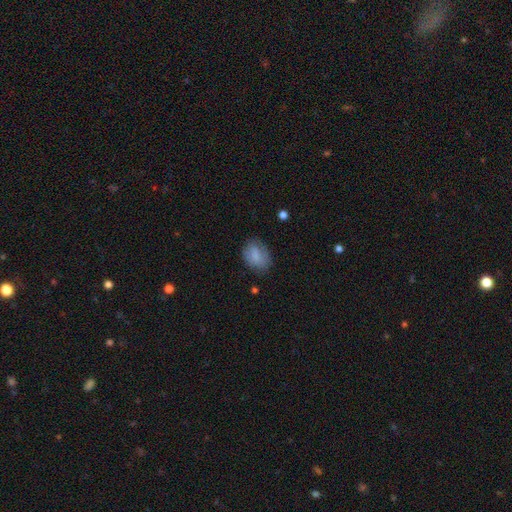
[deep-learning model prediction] smooth_or_featured: smooth (p=0.78) [alt: featured or disk p=0.14]
how_rounded: in between (p=0.72) [alt: round p=0.26]
merging: none (p=0.71) [alt: minor disturbance p=0.21]